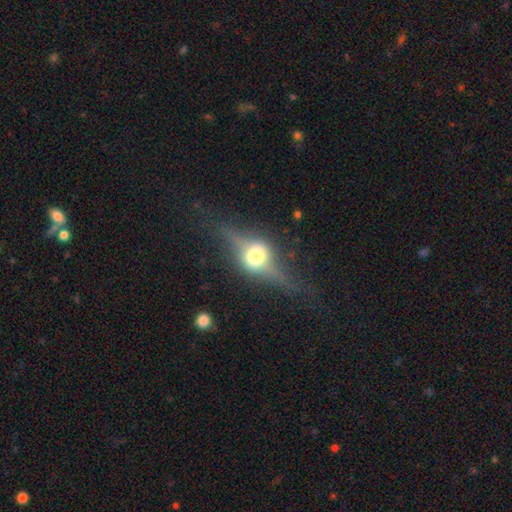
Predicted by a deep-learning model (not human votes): Overall: featured or disk (74%). Edge-on disk: yes (93%). Edge-on bulge: rounded (95%). Merging: none (75%).